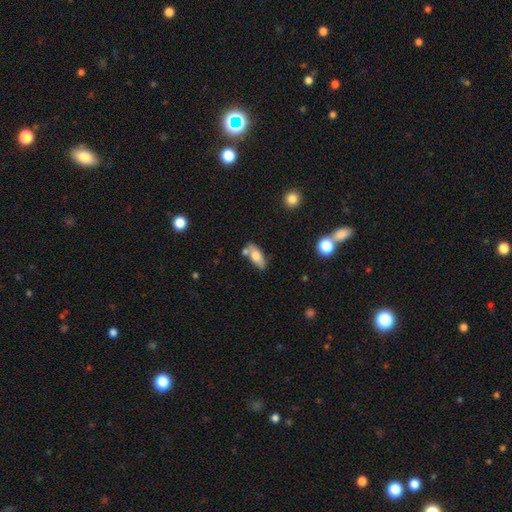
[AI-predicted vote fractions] Smooth or featured: smooth — 69% (featured or disk — 23%)
How rounded: in between — 81% (cigar-shaped — 16%)
Merging: none — 61% (merger — 18%)